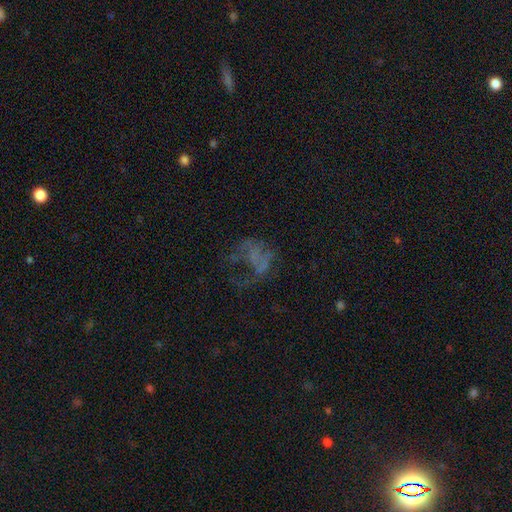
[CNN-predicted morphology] smooth_or_featured: featured or disk (p=0.46) [alt: star or artifact p=0.28]
merging: major disturbance (p=0.47) [alt: none p=0.34]